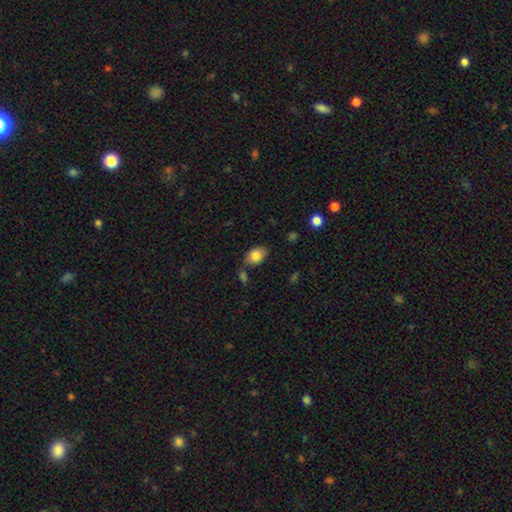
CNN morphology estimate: This appears to be a smooth galaxy with no disk features (84%) that is in between round and cigar-shaped (80%). Merging: none (71%).